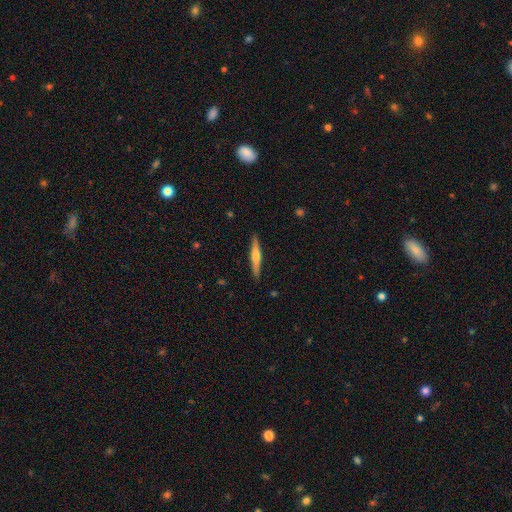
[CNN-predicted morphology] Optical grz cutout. It shows a featured or disk galaxy (53%) viewed edge-on (97%) with a rounded central bulge (72%). Merging: none (91%).